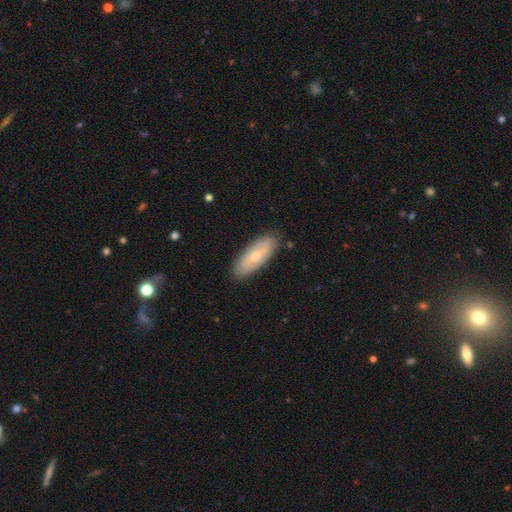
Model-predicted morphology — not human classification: A smooth galaxy with no disk features (59%) that is in between round and cigar-shaped (72%). Merging: none (86%).